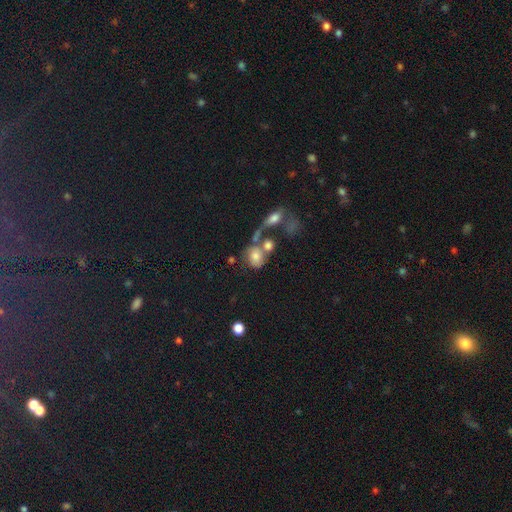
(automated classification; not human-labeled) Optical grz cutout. It shows a smooth galaxy with no disk features (60%) that is in between round and cigar-shaped (51%). Merging: merger (47%).